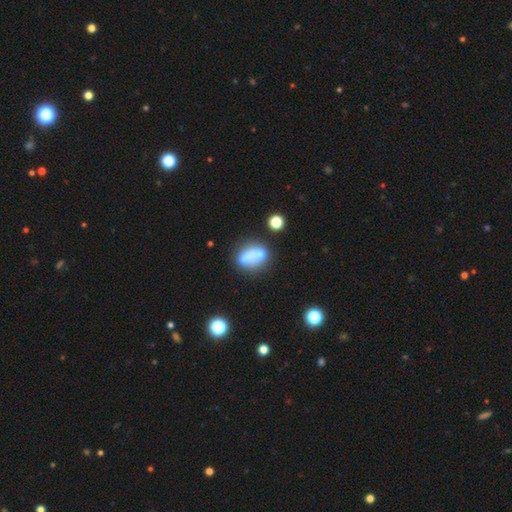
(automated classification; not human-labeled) A smooth galaxy with no disk features (58%) that is in between round and cigar-shaped (58%).

Vote fractions:
- Smooth or featured? smooth: 58% / featured or disk: 29% / star or artifact: 13%
- How rounded? in between: 58% / round: 38% / cigar-shaped: 4%
- Merging? merger: 38% / none: 33% / minor disturbance: 16% / major disturbance: 13%